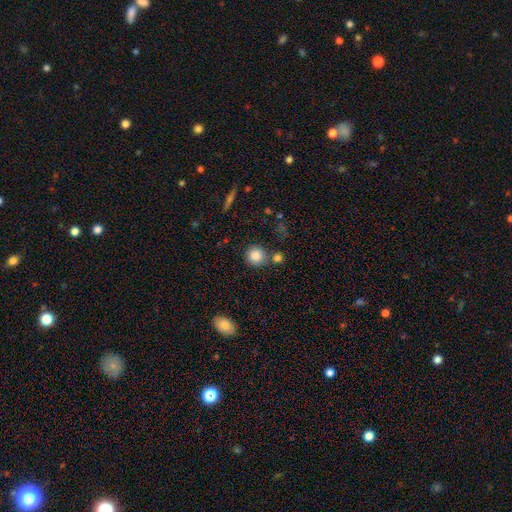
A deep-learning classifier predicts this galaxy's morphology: smooth_or_featured: smooth (p=0.85) [alt: star or artifact p=0.09]
how_rounded: round (p=0.91) [alt: in between p=0.08]
merging: none (p=0.75) [alt: merger p=0.12]